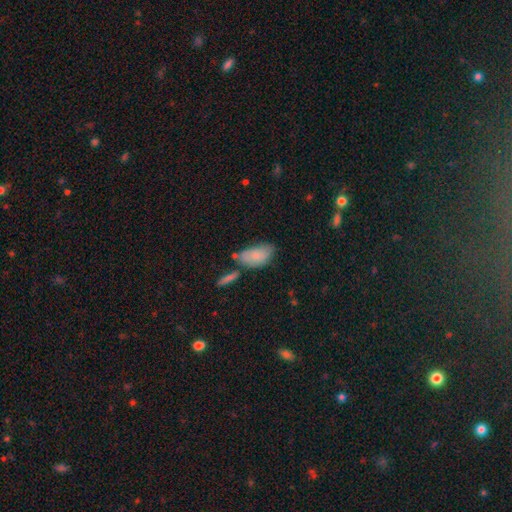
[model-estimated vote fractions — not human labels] A smooth galaxy with no disk features (80%) that is in between round and cigar-shaped (92%). Merging: none (48%).